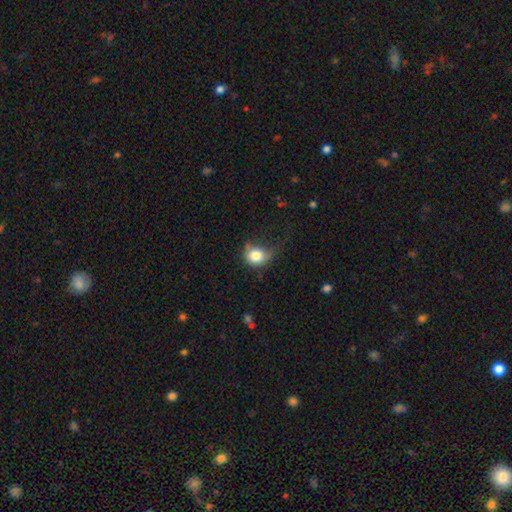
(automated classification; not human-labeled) smooth_or_featured: smooth (p=0.81) [alt: star or artifact p=0.10]
how_rounded: round (p=0.69) [alt: in between p=0.30]
merging: none (p=0.40) [alt: minor disturbance p=0.35]